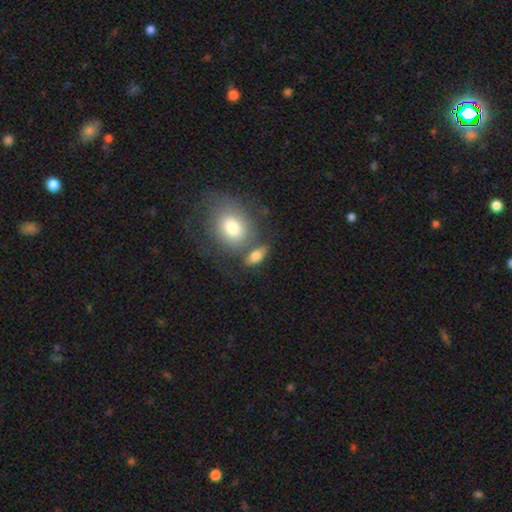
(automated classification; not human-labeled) Morphology: type=smooth (71%); roundness=in between (76%); merging=none (51%).